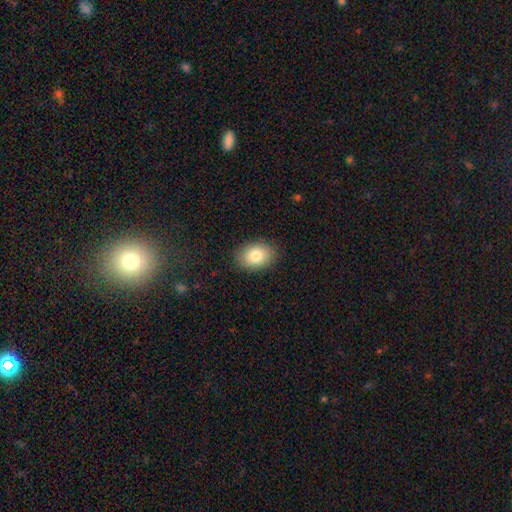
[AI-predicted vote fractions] Morphology: type=smooth (83%); roundness=in between (76%); merging=none (88%).